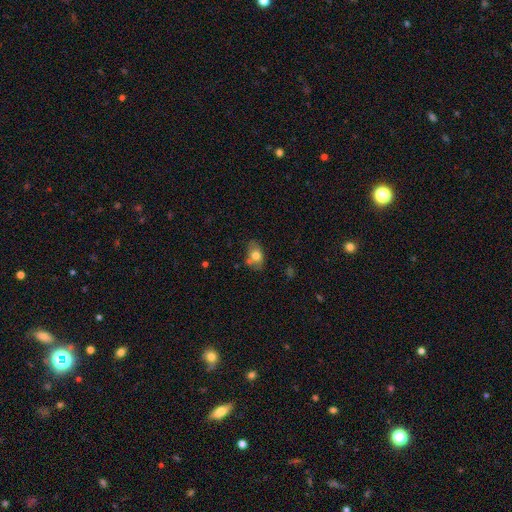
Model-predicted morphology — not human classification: A smooth galaxy with no disk features (72%) that is in between round and cigar-shaped (81%).

Vote fractions:
- Smooth or featured? smooth: 72% / featured or disk: 19% / star or artifact: 9%
- How rounded? in between: 81% / round: 17% / cigar-shaped: 2%
- Merging? none: 60% / minor disturbance: 21% / merger: 13% / major disturbance: 5%